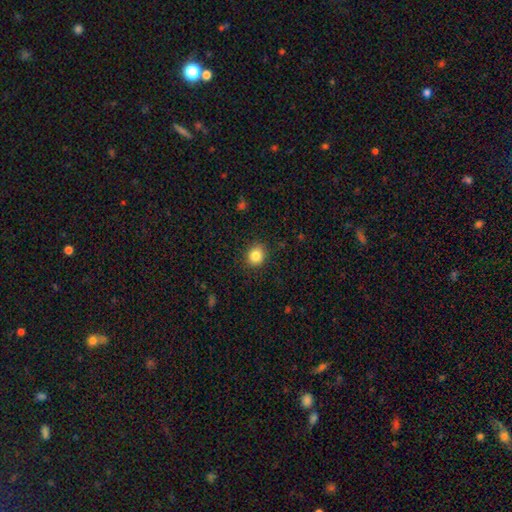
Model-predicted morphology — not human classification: This appears to be a smooth galaxy with no disk features (84%) that is round (80%). Merging: none (89%).